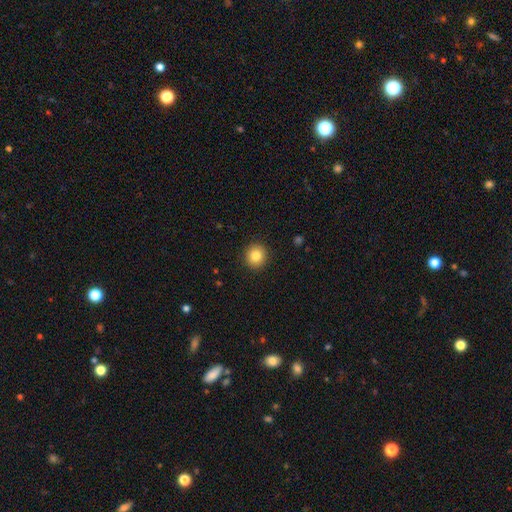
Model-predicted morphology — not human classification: smooth-or-featured: smooth: 83% | star or artifact: 10% | featured or disk: 7%
  how-rounded: round: 91% | in between: 8% | cigar-shaped: 1%
  merging: none: 92% | minor disturbance: 5% | major disturbance: 2% | merger: 1%